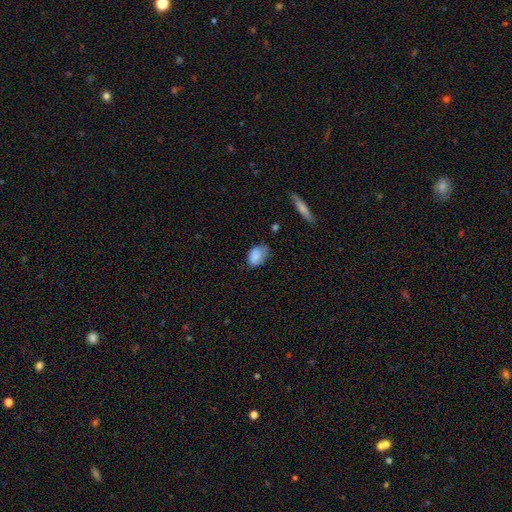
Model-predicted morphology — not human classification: A smooth galaxy with no disk features (84%) that is in between round and cigar-shaped (86%). Merging: none (55%).